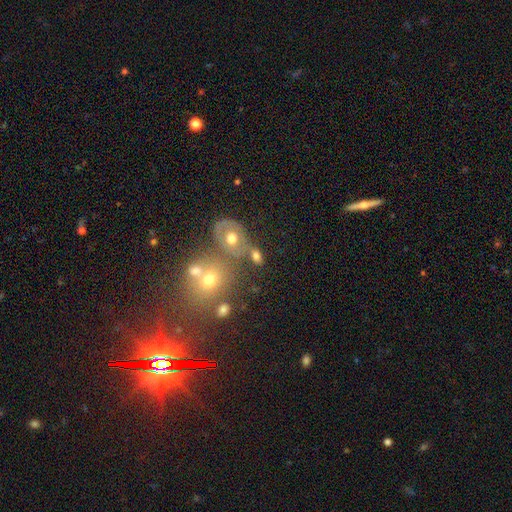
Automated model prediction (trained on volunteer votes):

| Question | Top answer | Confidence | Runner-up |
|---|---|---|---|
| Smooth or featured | smooth | 52% | featured or disk (32%) |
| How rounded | in between | 59% | round (38%) |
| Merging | none | 44% | merger (31%) |